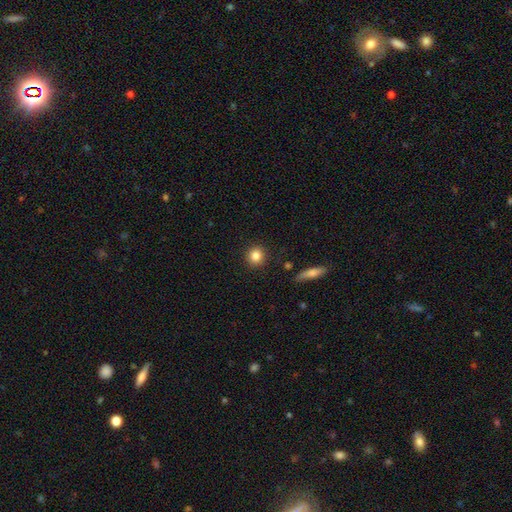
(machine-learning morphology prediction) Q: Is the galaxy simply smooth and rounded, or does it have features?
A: smooth — 84%.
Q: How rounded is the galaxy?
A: round — 91%.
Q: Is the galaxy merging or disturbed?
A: none — 91%.